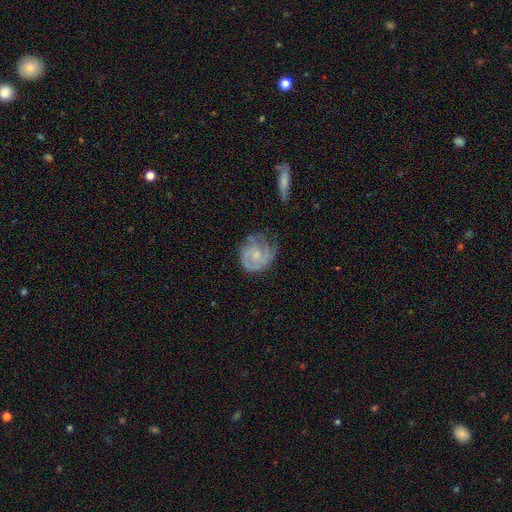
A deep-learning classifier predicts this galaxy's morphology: Smooth or featured? featured or disk (76%)
Edge-on disk? no (98%)
Bar? no (69%)
Spiral arms? yes (93%)
Spiral winding? tight (59%)
Spiral arm count? 2 (47%)
Bulge size? small (56%)
Merging? none (57%)